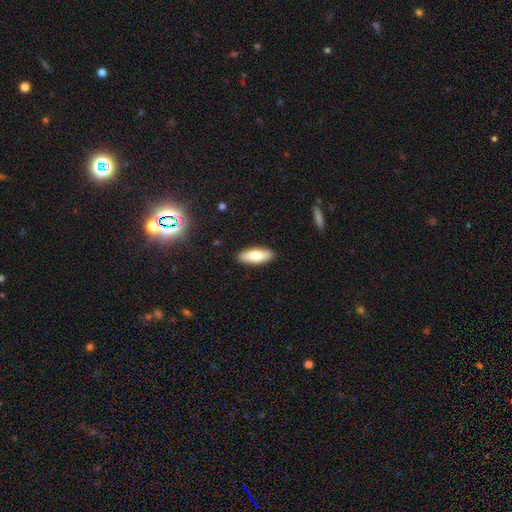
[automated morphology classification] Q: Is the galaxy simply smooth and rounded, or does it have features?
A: smooth — 77%.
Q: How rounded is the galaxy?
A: in between — 72%.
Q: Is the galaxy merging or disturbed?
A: none — 90%.